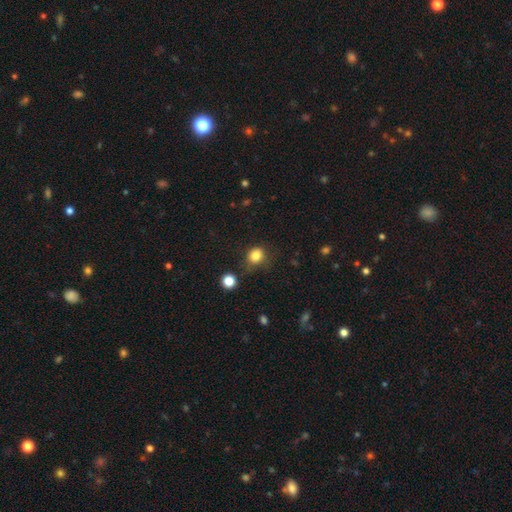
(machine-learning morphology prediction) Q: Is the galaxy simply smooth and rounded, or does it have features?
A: smooth — 83%.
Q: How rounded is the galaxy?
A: round — 73%.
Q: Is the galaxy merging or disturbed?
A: none — 67%.